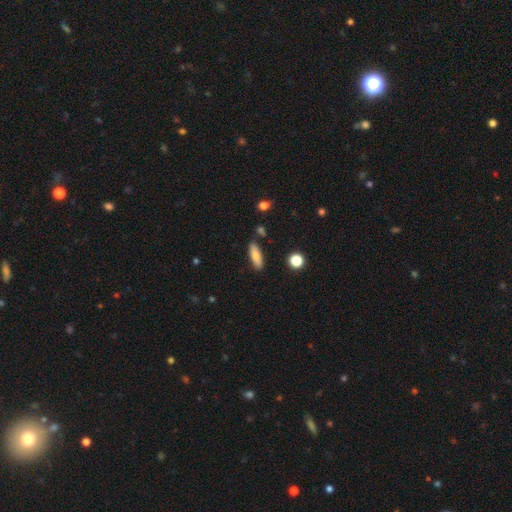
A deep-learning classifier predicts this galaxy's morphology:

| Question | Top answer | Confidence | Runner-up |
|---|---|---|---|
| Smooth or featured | smooth | 80% | featured or disk (13%) |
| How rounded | cigar-shaped | 55% | in between (43%) |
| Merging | none | 85% | minor disturbance (10%) |